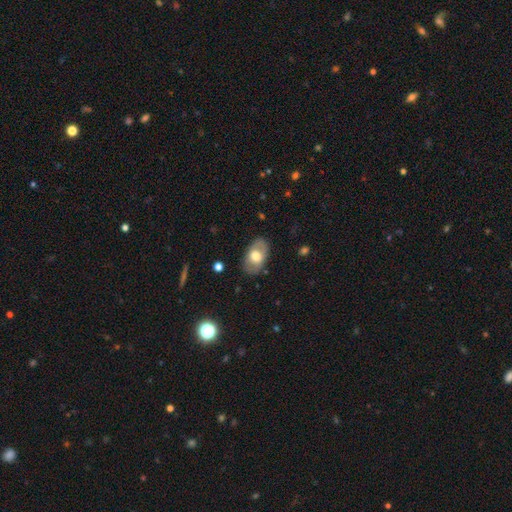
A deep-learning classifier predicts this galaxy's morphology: smooth 59%, featured or disk 34%, star or artifact 6%. Down the decision tree: how rounded — in between (90%); merging — none (82%).